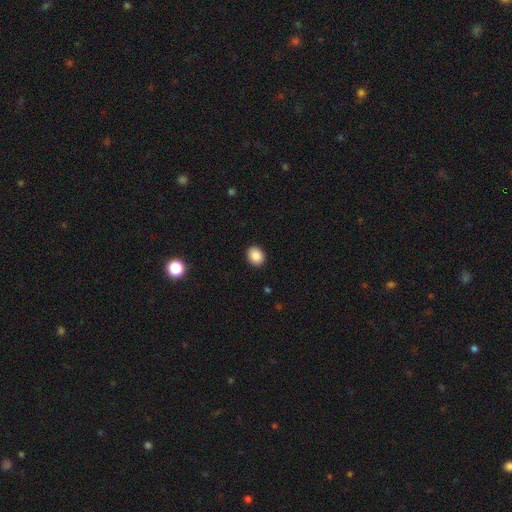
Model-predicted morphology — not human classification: Smooth or featured?
  - smooth: 88% *
  - star or artifact: 8%
  - featured or disk: 3%
How rounded?
  - round: 56% *
  - in between: 43%
  - cigar-shaped: 1%
Merging?
  - none: 91% *
  - minor disturbance: 6%
  - major disturbance: 2%
  - merger: 1%